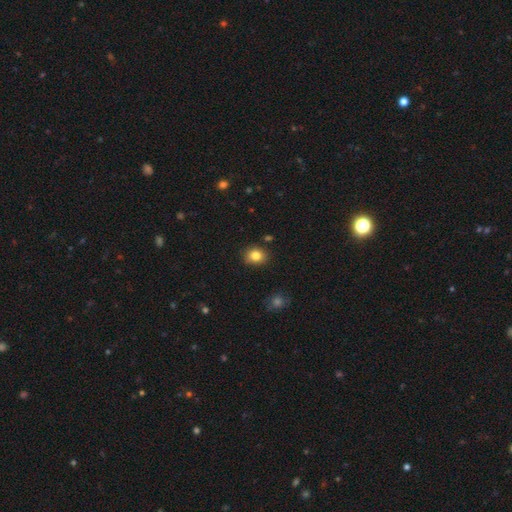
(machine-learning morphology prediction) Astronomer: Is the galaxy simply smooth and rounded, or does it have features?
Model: smooth — 82%.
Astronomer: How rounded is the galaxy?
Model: round — 69%.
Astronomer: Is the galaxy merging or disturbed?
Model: none — 84%.